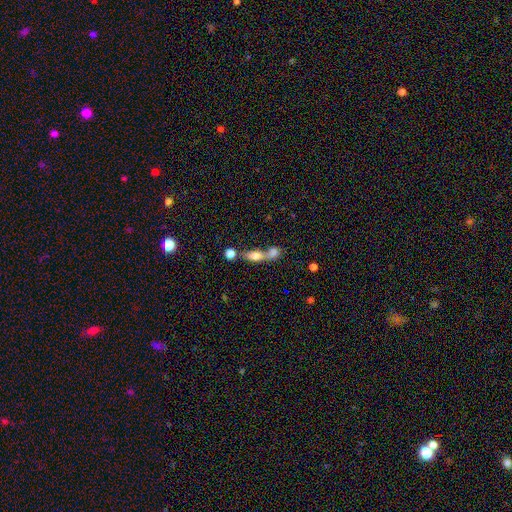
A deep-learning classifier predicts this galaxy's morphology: Q: Smooth or featured?
A: smooth (70%); runner-up: featured or disk (20%)
Q: How rounded?
A: in between (60%); runner-up: cigar-shaped (25%)
Q: Merging?
A: merger (62%); runner-up: none (25%)